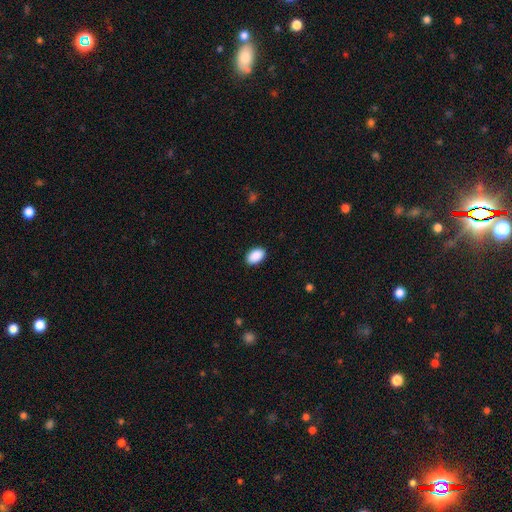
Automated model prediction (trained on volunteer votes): This is clearly a smooth galaxy (91%). How rounded: clearly in between (91%). Merging: clearly none (90%).